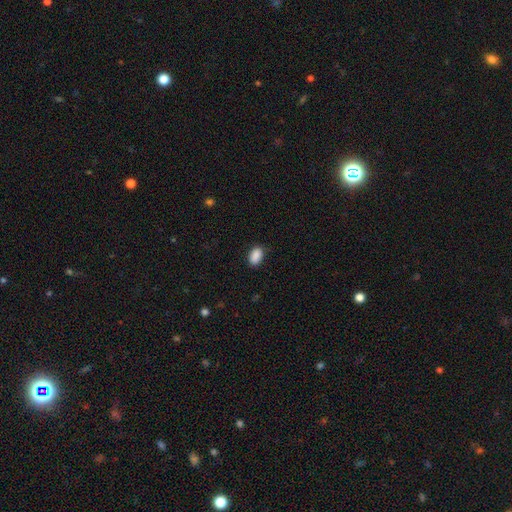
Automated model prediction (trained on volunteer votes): Overall: smooth (89%). How rounded: in between (90%). Merging: none (82%).